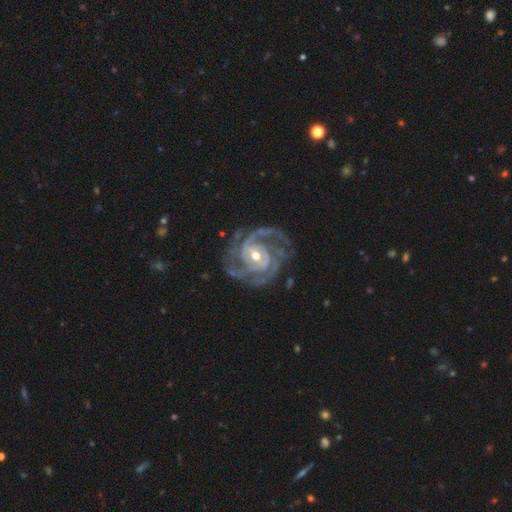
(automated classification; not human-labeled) The model was most divided on "spiral arm count": 3: 35%, 2: 28%, can't tell: 12%, 4: 12%, more than 4: 7%, 1: 6%. Remaining: spiral arms — yes (98%); edge-on disk — no (98%); smooth or featured — featured or disk (94%); merging — none (73%); bulge size — moderate (61%); spiral winding — tight (60%); bar — no (46%).